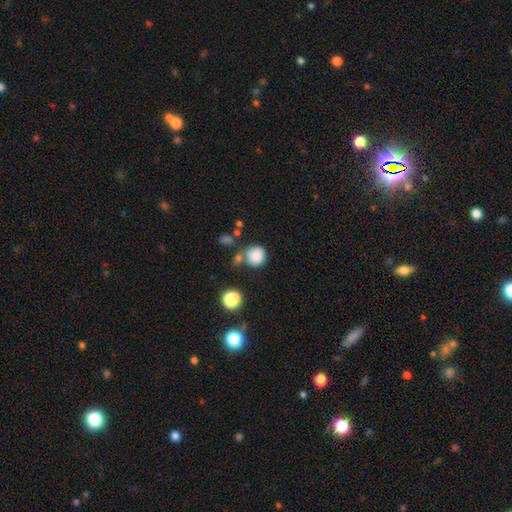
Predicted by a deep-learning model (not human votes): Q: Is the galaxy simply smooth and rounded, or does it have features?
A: smooth — 83%.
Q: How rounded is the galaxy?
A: round — 89%.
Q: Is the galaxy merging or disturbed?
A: none — 63%.